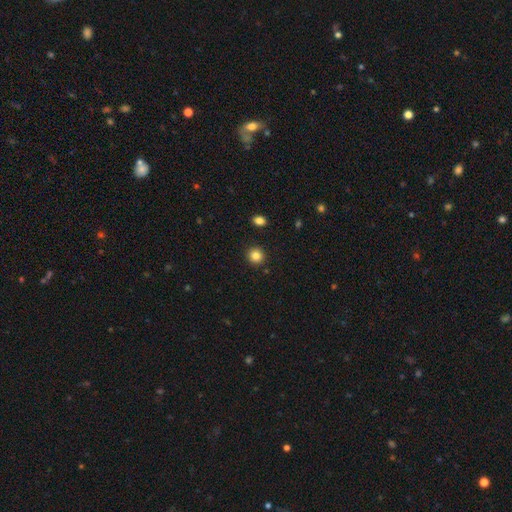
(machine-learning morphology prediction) smooth-or-featured: smooth: 84% | star or artifact: 11% | featured or disk: 5%
  how-rounded: round: 91% | in between: 8% | cigar-shaped: 1%
  merging: none: 91% | minor disturbance: 5% | merger: 2% | major disturbance: 2%